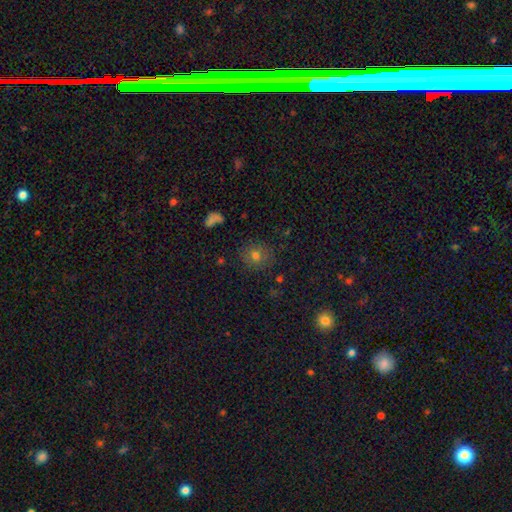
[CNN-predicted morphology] The model was most divided on "smooth or featured": smooth: 73%, star or artifact: 15%, featured or disk: 12%. More confident: merging — none (84%); how rounded — round (79%).